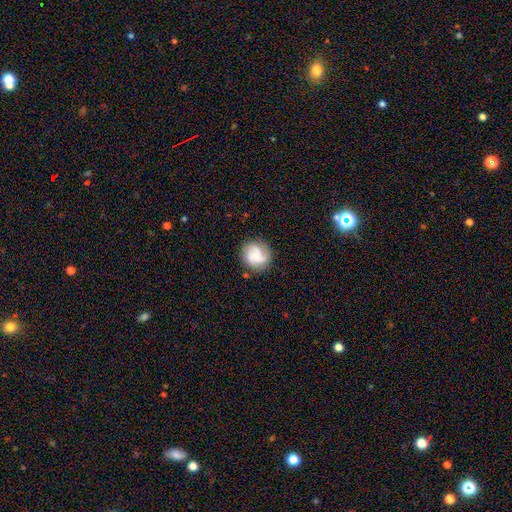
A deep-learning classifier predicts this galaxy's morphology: Smooth or featured: featured or disk — 48% (smooth — 43%)
Merging: none — 73% (minor disturbance — 17%)